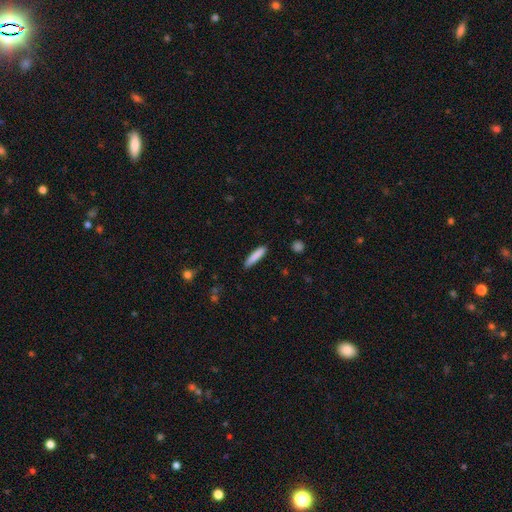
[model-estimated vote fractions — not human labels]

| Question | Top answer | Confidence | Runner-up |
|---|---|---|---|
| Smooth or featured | smooth | 85% | featured or disk (9%) |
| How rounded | cigar-shaped | 86% | in between (12%) |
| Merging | none | 87% | minor disturbance (10%) |